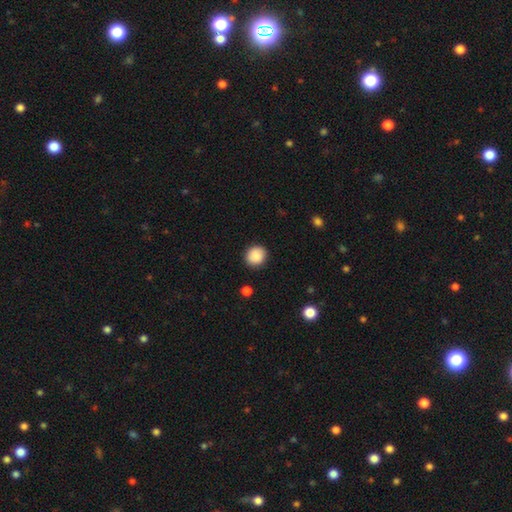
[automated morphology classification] Q: Smooth or featured?
A: smooth (89%); runner-up: star or artifact (8%)
Q: How rounded?
A: round (83%); runner-up: in between (16%)
Q: Merging?
A: none (90%); runner-up: minor disturbance (7%)